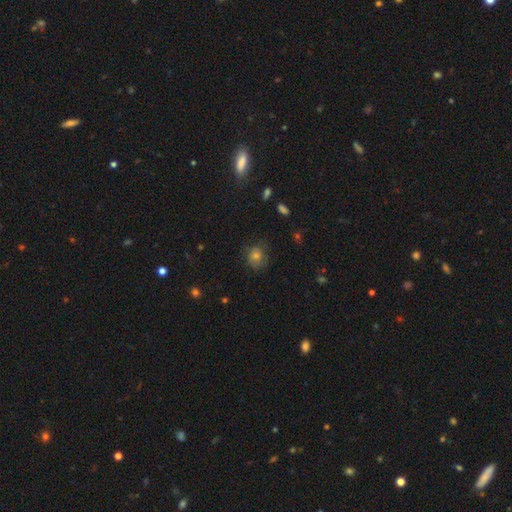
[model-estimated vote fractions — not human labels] A smooth galaxy with no disk features (57%) that is round (74%). Merging: none (71%).